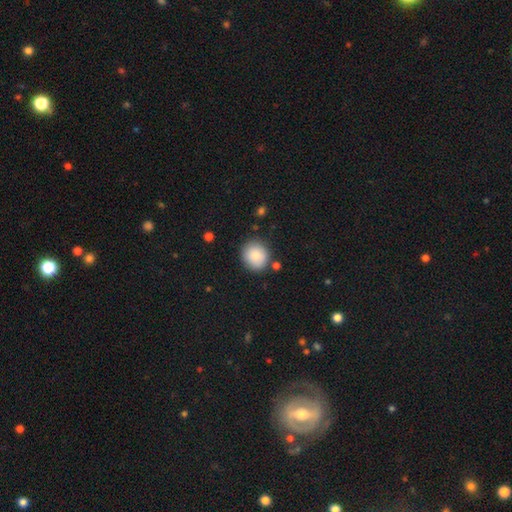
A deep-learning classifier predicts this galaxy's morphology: smooth-or-featured: smooth: 83% | featured or disk: 9% | star or artifact: 8%
  how-rounded: round: 85% | in between: 14% | cigar-shaped: 1%
  merging: none: 83% | minor disturbance: 11% | merger: 4% | major disturbance: 3%